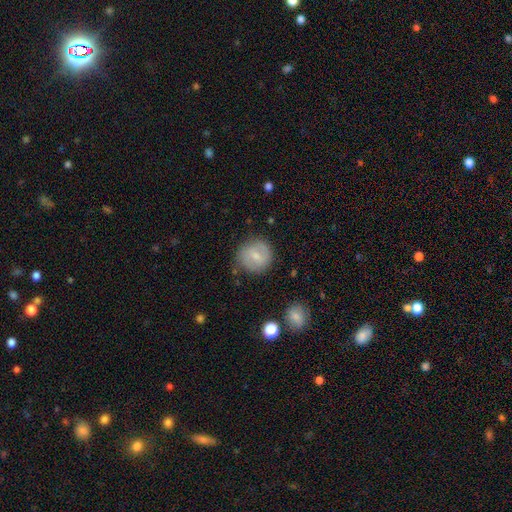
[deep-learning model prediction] Smooth or featured? smooth (56%)
How rounded? round (89%)
Merging? none (79%)